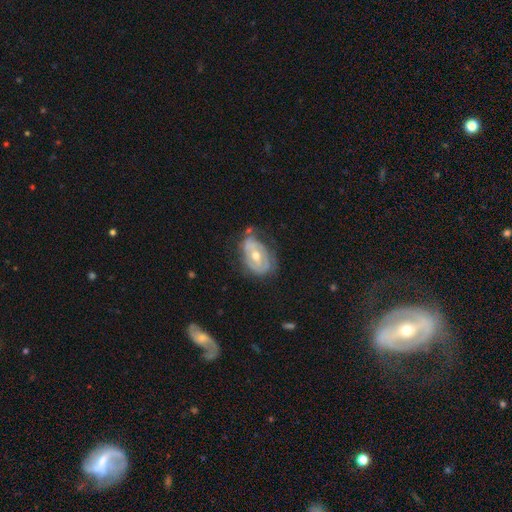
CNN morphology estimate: Q: Smooth or featured?
A: featured or disk (72%); runner-up: smooth (22%)
Q: Edge-on disk?
A: no (95%); runner-up: yes (5%)
Q: Bar?
A: no (52%); runner-up: weak (34%)
Q: Spiral arms?
A: yes (68%); runner-up: no (32%)
Q: Bulge size?
A: moderate (71%); runner-up: small (24%)
Q: Merging?
A: none (54%); runner-up: minor disturbance (29%)